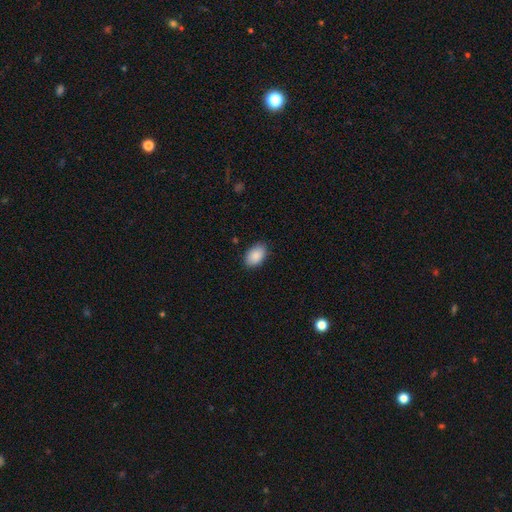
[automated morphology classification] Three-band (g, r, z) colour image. It shows a smooth galaxy with no disk features (89%) that is in between round and cigar-shaped (90%). Merging: none (86%).